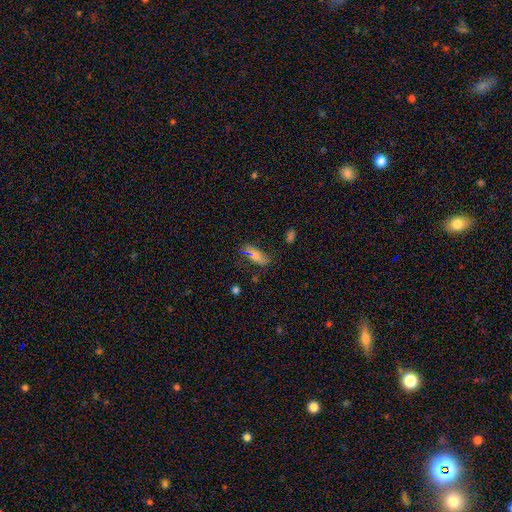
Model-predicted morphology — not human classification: smooth 67%, featured or disk 18%, star or artifact 15%. Down the decision tree: how rounded — in between (74%); merging — none (64%).